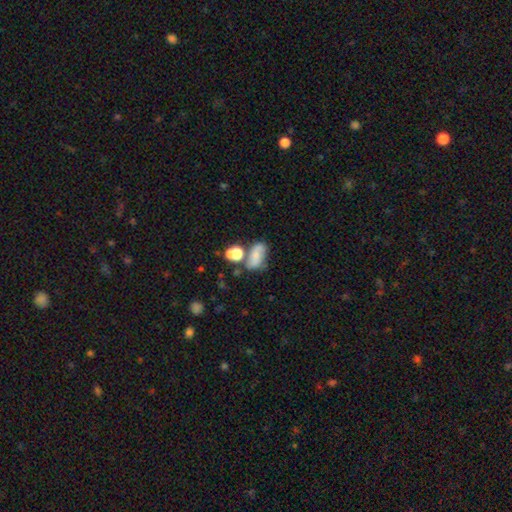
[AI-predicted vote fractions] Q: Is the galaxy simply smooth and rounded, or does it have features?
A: smooth — 58%.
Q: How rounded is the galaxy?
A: in between — 83%.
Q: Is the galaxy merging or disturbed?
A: none — 40%.